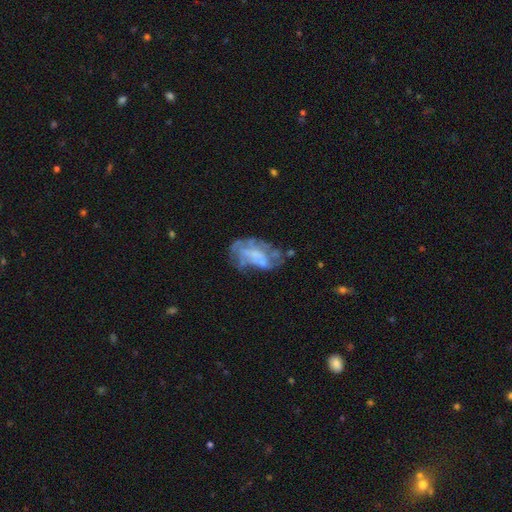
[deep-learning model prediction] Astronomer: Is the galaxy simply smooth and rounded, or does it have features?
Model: featured or disk — 65%.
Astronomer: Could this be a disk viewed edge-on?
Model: no — 96%.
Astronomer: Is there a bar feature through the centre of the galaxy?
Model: no — 73%.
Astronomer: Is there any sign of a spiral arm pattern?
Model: no — 61% (runner-up: yes, 39%).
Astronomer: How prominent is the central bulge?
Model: none — 56%.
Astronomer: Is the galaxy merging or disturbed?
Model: none — 41% (runner-up: major disturbance, 26%).